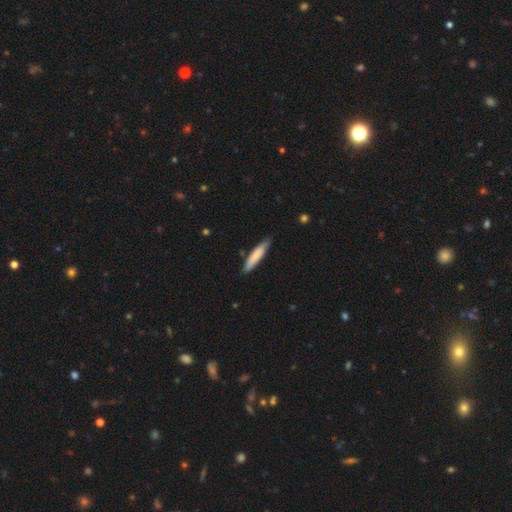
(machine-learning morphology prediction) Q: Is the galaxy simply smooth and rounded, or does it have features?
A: smooth — 77%.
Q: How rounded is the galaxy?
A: cigar-shaped — 85%.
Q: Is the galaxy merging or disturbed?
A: none — 82%.